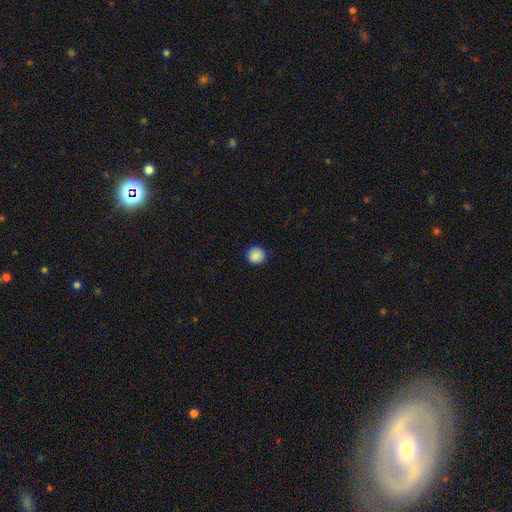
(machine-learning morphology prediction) type=smooth (89%); roundness=round (95%); merging=none (92%).